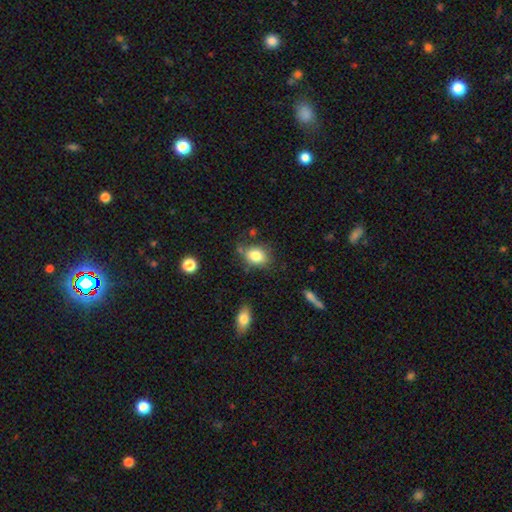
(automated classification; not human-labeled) A smooth galaxy with no disk features (82%) that is in between round and cigar-shaped (63%).

Vote fractions:
- Smooth or featured? smooth: 82% / star or artifact: 9% / featured or disk: 9%
- How rounded? in between: 63% / round: 36% / cigar-shaped: 1%
- Merging? none: 70% / minor disturbance: 19% / merger: 6% / major disturbance: 5%